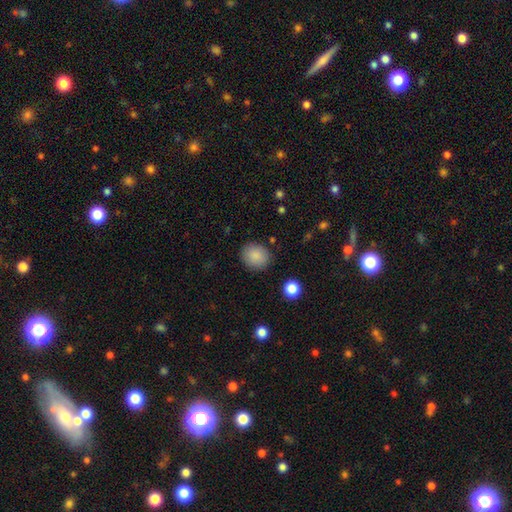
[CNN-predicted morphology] Smooth or featured: smooth — 88% (star or artifact — 8%)
How rounded: round — 76% (in between — 23%)
Merging: none — 87% (minor disturbance — 9%)